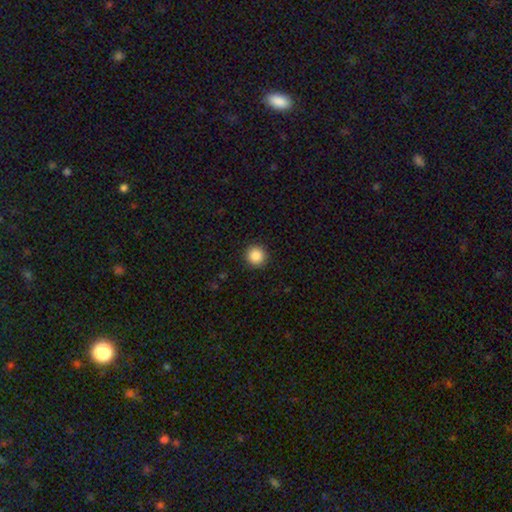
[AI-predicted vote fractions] smooth 87%, star or artifact 10%, featured or disk 3%. Down the decision tree: how rounded — round (95%); merging — none (92%).